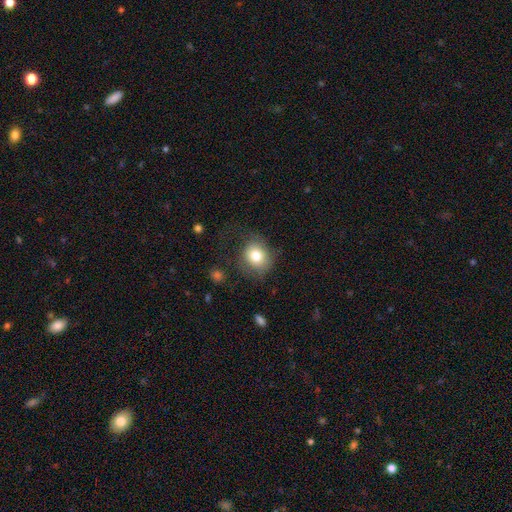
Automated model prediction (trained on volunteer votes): This is likely a smooth galaxy (78%). How rounded: likely round (76%). Merging: likely none (66%).